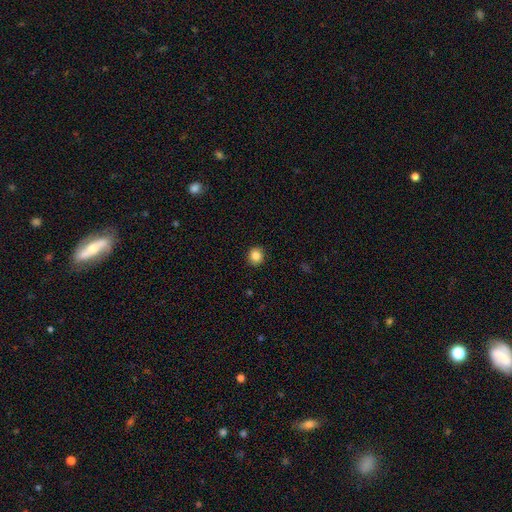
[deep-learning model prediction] Overall: smooth (85%). How rounded: round (90%). Merging: none (92%).